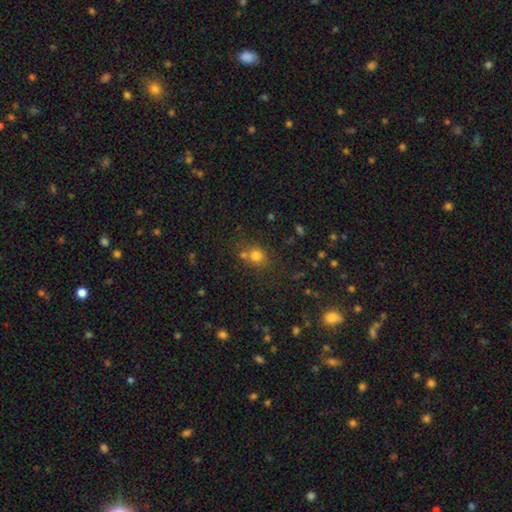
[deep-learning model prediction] Smooth or featured? smooth (74%)
How rounded? round (79%)
Merging? none (62%)